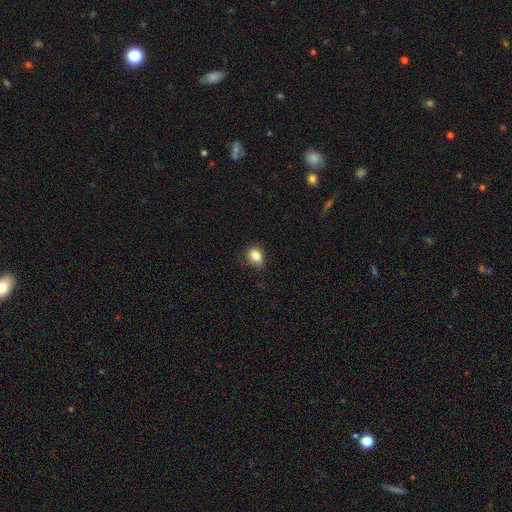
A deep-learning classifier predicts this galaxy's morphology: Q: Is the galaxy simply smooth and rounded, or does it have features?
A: smooth — 85%.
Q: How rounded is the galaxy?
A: in between — 68%.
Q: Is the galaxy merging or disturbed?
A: none — 74%.